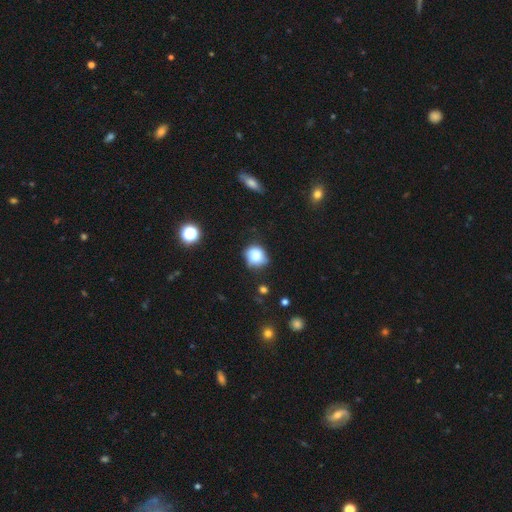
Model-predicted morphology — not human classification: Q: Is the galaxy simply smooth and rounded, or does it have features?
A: smooth — 76%.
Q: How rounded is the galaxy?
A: round — 74%.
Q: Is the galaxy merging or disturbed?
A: none — 59%.